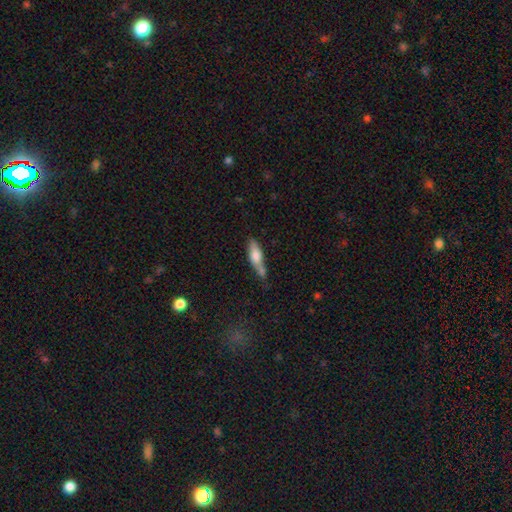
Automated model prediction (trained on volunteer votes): Smooth or featured? smooth (69%)
How rounded? cigar-shaped (51%)
Merging? none (44%)